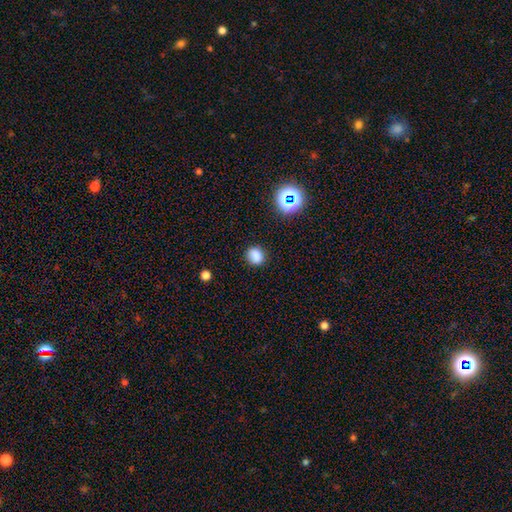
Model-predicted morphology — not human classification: Smooth or featured? smooth (80%)
How rounded? round (67%)
Merging? none (84%)